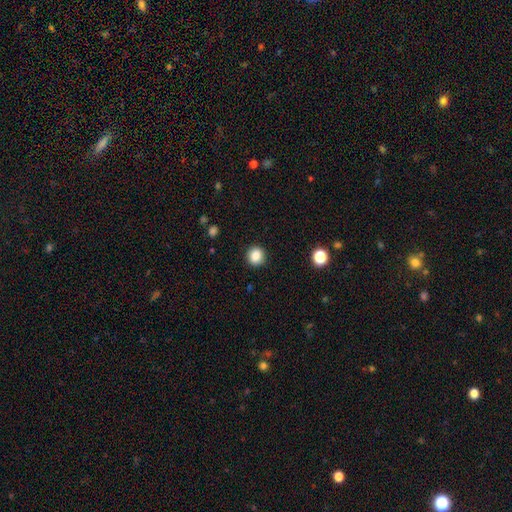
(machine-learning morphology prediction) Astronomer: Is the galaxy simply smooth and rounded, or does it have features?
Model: smooth — 86%.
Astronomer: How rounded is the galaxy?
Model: round — 89%.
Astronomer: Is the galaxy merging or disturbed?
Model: none — 91%.